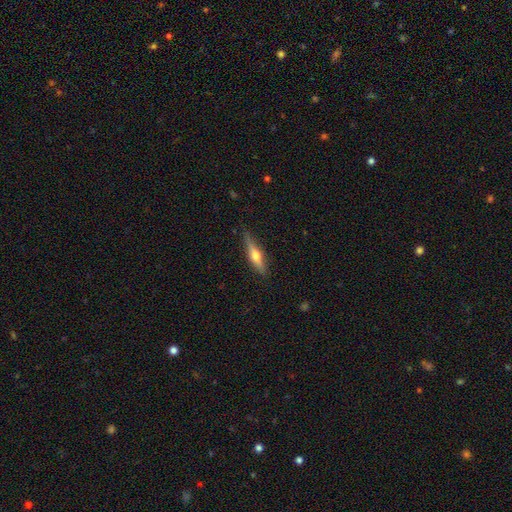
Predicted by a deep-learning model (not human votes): Smooth or featured? featured or disk (57%)
Edge-on disk? yes (95%)
Edge-on bulge? rounded (93%)
Merging? none (84%)